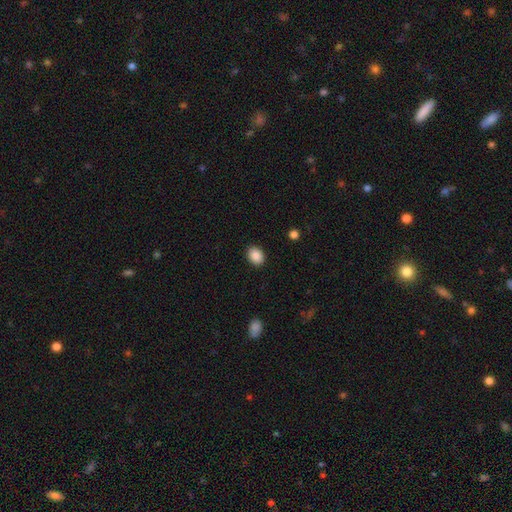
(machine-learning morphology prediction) A smooth galaxy with no disk features (89%) that is in between round and cigar-shaped (63%).

Vote fractions:
- Smooth or featured? smooth: 89% / star or artifact: 8% / featured or disk: 3%
- How rounded? in between: 63% / round: 36% / cigar-shaped: 1%
- Merging? none: 89% / minor disturbance: 7% / major disturbance: 2% / merger: 1%